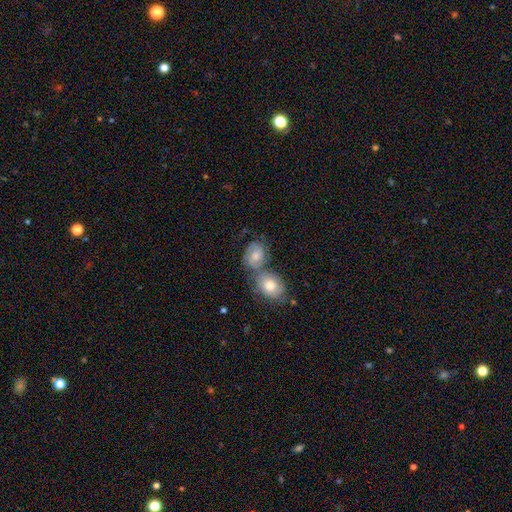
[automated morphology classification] Smooth or featured? smooth (46%)
Merging? merger (43%)